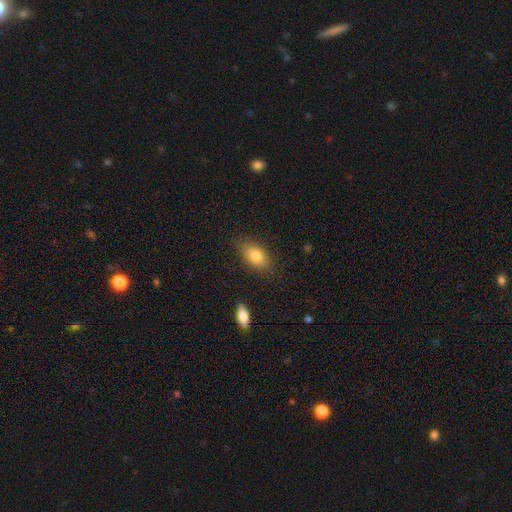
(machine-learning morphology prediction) Q: Smooth or featured?
A: smooth (81%); runner-up: featured or disk (11%)
Q: How rounded?
A: in between (86%); runner-up: round (10%)
Q: Merging?
A: none (83%); runner-up: minor disturbance (12%)